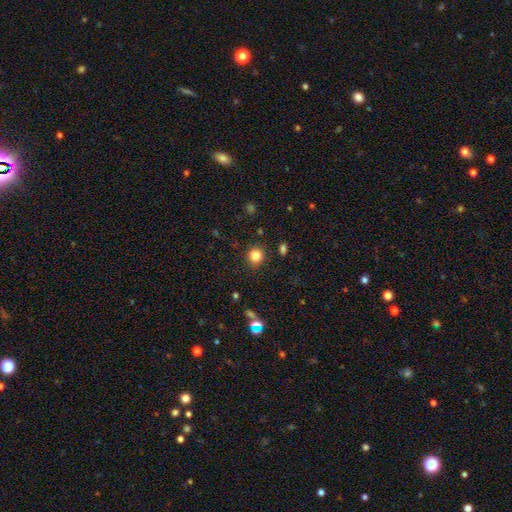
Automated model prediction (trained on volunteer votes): Morphology: type=smooth (84%); roundness=round (86%); merging=none (88%).